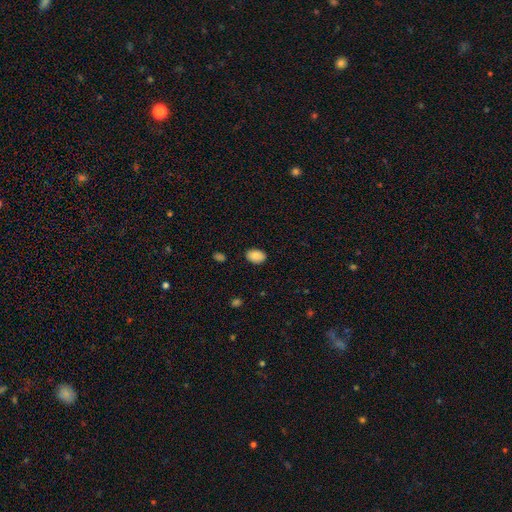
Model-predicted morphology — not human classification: Q: Smooth or featured?
A: smooth (83%); runner-up: featured or disk (9%)
Q: How rounded?
A: in between (84%); runner-up: round (15%)
Q: Merging?
A: none (85%); runner-up: minor disturbance (12%)